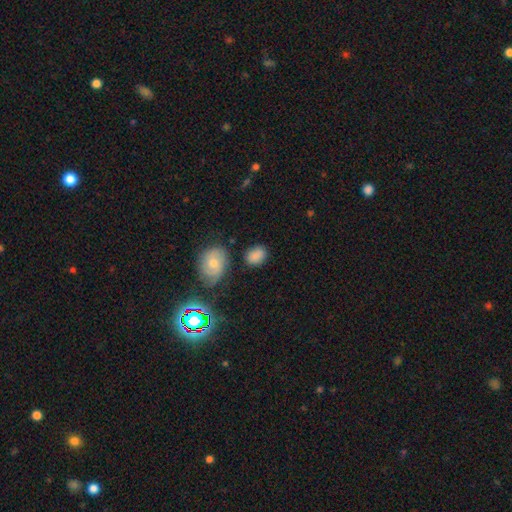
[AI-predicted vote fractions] Q: Smooth or featured?
A: smooth (82%); runner-up: featured or disk (9%)
Q: How rounded?
A: in between (70%); runner-up: round (29%)
Q: Merging?
A: none (74%); runner-up: minor disturbance (16%)